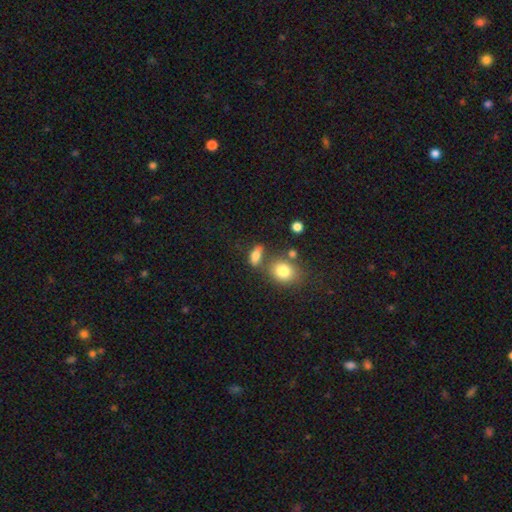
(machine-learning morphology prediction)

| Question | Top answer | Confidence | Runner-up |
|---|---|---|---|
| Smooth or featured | smooth | 77% | featured or disk (12%) |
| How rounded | in between | 71% | round (17%) |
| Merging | none | 56% | merger (19%) |